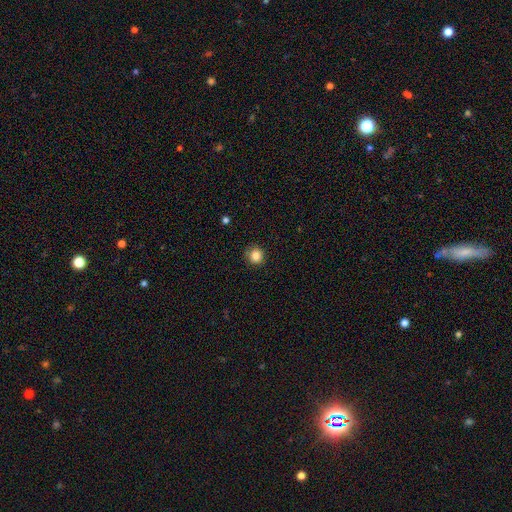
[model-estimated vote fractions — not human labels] smooth 84%, star or artifact 11%, featured or disk 5%. Down the decision tree: how rounded — round (90%); merging — none (84%).